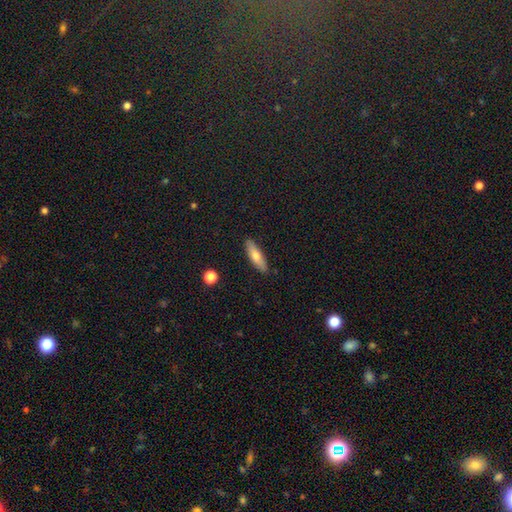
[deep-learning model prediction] A smooth galaxy with no disk features (69%) that is cigar-shaped (60%).

Vote fractions:
- Smooth or featured? smooth: 69% / featured or disk: 25% / star or artifact: 7%
- How rounded? cigar-shaped: 60% / in between: 37% / round: 2%
- Merging? none: 89% / minor disturbance: 8% / major disturbance: 2% / merger: 1%